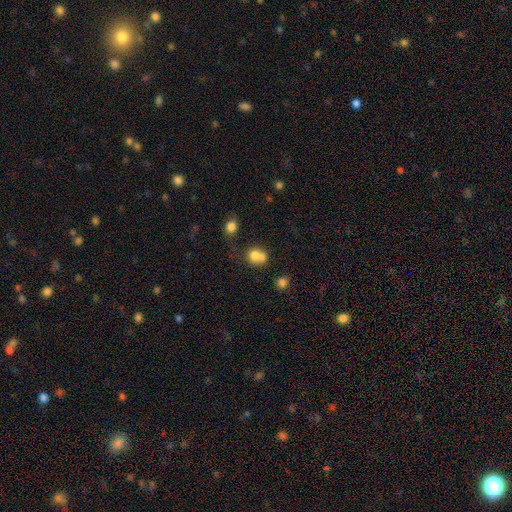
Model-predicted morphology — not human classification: type=smooth (74%); roundness=round (69%); merging=merger (51%).